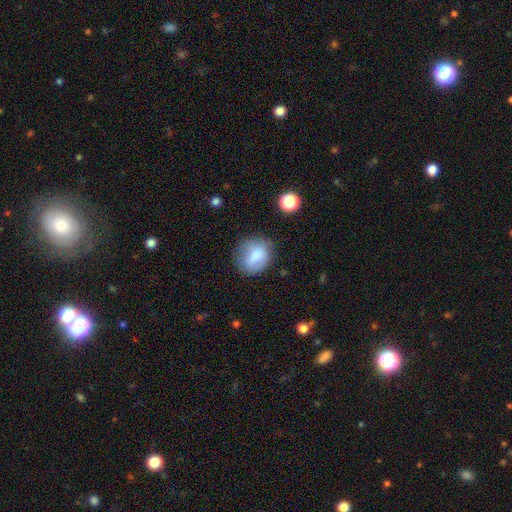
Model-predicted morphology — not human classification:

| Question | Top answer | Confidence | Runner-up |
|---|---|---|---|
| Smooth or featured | smooth | 78% | featured or disk (13%) |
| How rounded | round | 62% | in between (37%) |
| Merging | none | 69% | minor disturbance (21%) |